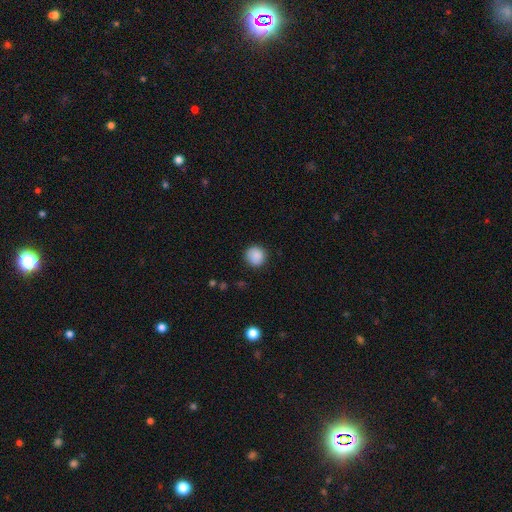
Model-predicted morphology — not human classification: Overall: smooth (88%). How rounded: round (93%). Merging: none (89%).